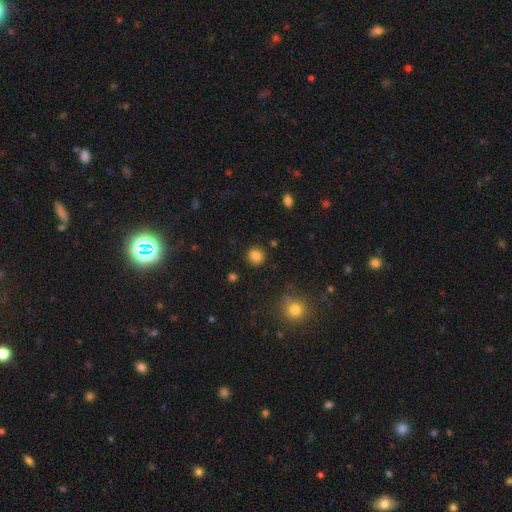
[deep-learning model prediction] Smooth or featured: smooth — 84% (star or artifact — 11%)
How rounded: round — 86% (in between — 13%)
Merging: none — 88% (minor disturbance — 7%)